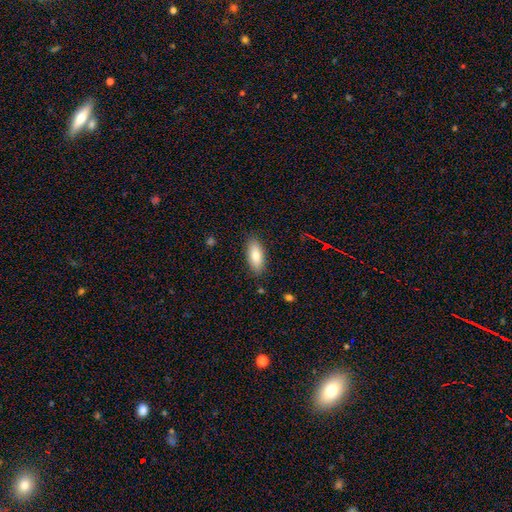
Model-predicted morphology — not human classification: A smooth galaxy with no disk features (82%) that is in between round and cigar-shaped (81%). Merging: none (86%).